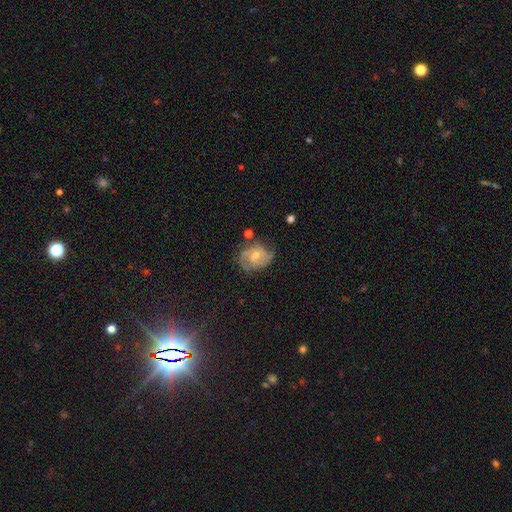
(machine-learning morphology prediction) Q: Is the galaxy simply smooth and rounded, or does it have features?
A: featured or disk — 70%.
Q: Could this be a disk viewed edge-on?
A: no — 98%.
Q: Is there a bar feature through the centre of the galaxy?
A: no — 61%.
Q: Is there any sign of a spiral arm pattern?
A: yes — 87%.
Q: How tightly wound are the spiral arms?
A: medium — 44%.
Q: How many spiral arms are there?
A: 2 — 53%.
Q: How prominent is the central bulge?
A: small — 47%.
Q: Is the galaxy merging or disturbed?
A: none — 55%.